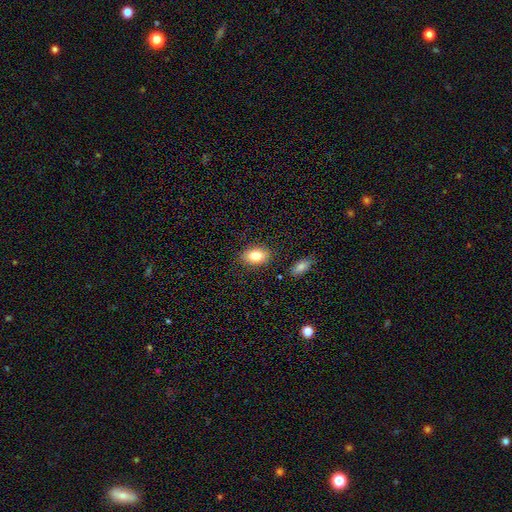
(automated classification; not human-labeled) smooth-or-featured: smooth: 82% | featured or disk: 10% | star or artifact: 8%
  how-rounded: in between: 85% | round: 14% | cigar-shaped: 2%
  merging: none: 84% | minor disturbance: 10% | merger: 3% | major disturbance: 3%